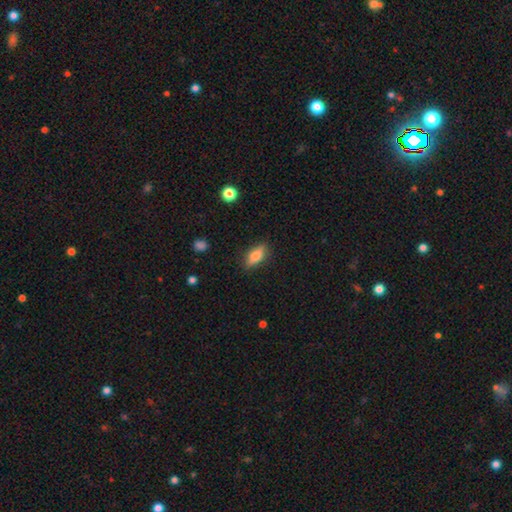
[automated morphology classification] Smooth or featured? smooth (75%)
How rounded? in between (76%)
Merging? none (84%)